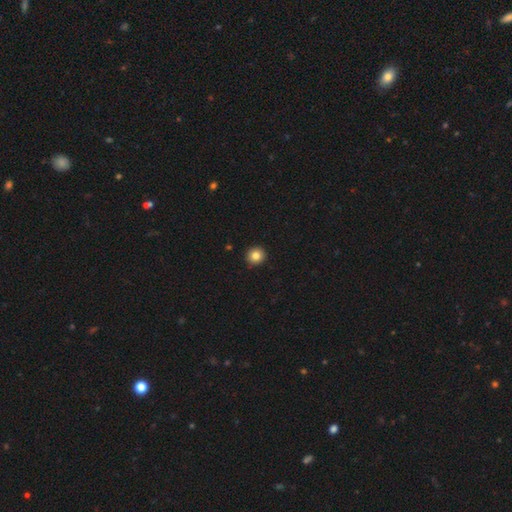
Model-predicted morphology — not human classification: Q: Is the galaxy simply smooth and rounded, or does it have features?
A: smooth — 84%.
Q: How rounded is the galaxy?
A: round — 93%.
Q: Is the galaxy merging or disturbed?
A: none — 93%.